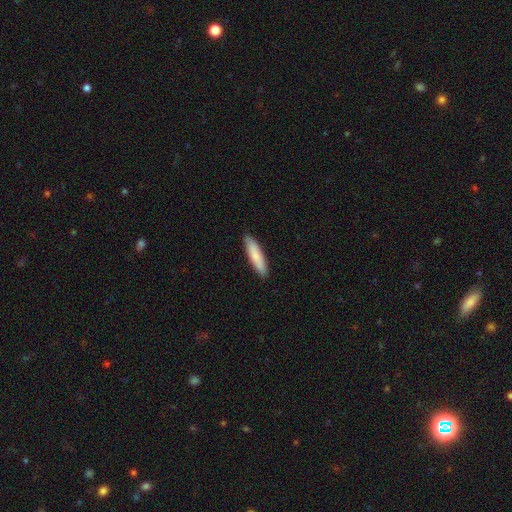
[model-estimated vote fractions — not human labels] This is clearly a smooth galaxy (83%). How rounded: likely cigar-shaped (77%). Merging: clearly none (90%).